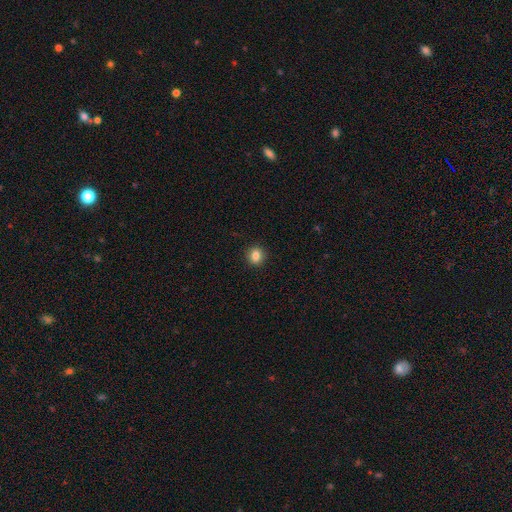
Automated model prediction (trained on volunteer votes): Q: Smooth or featured?
A: smooth (84%); runner-up: star or artifact (10%)
Q: How rounded?
A: round (79%); runner-up: in between (20%)
Q: Merging?
A: none (92%); runner-up: minor disturbance (6%)